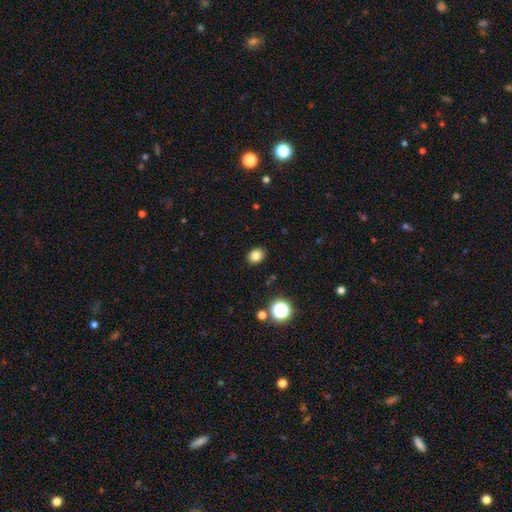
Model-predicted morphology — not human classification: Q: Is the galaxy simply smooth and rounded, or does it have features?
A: smooth — 82%.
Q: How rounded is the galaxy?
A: in between — 50%.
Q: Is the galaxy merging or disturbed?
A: none — 89%.